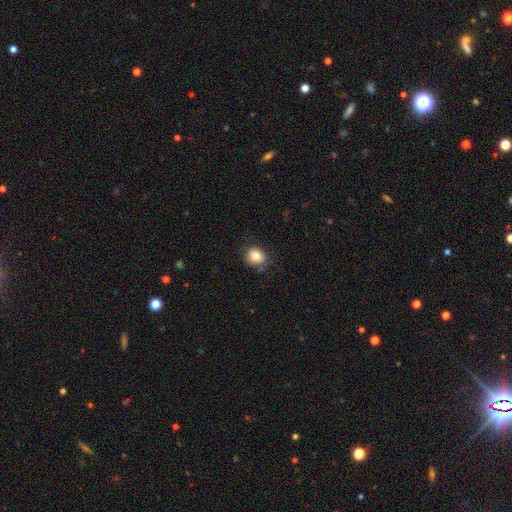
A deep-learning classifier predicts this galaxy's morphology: Smooth or featured? Predicted: smooth (p=0.84). How rounded? Predicted: in between (p=0.50). Merging? Predicted: none (p=0.76).